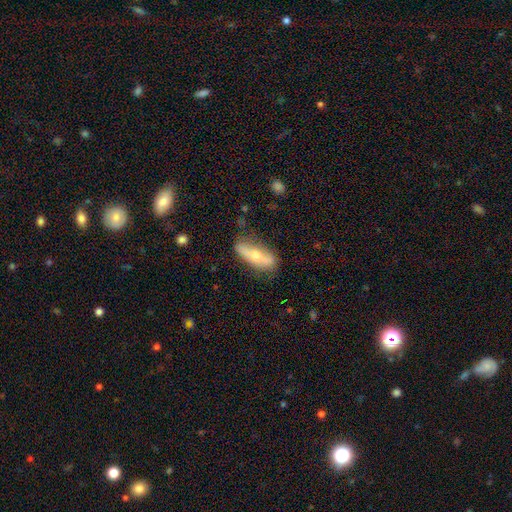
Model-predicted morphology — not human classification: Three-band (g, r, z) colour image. It shows a smooth galaxy with no disk features (51%) that is cigar-shaped (49%). Merging: none (68%).